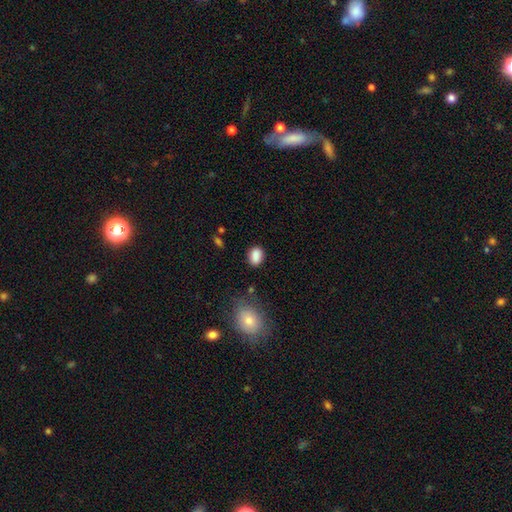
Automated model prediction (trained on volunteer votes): Smooth or featured? Predicted: smooth (p=0.86). How rounded? Predicted: in between (p=0.69). Merging? Predicted: none (p=0.81).